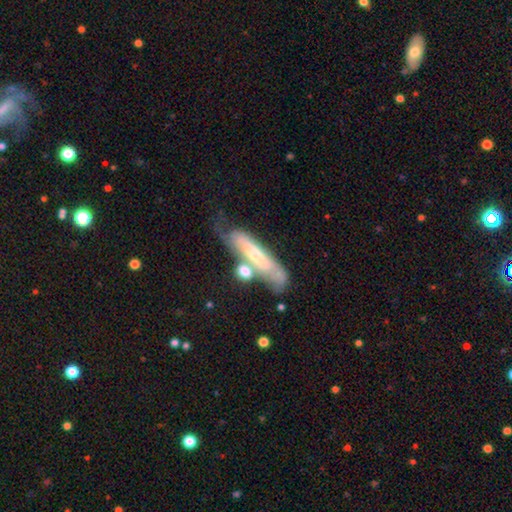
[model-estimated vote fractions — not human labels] smooth_or_featured: featured or disk (p=0.51) [alt: smooth p=0.42]
disk_edge_on: no (p=0.58) [alt: yes p=0.42]
merging: none (p=0.34) [alt: merger p=0.26]